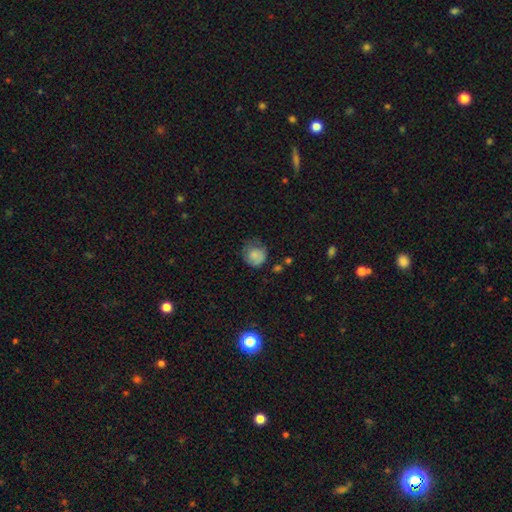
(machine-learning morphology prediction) The model was most divided on "merging": none: 49%, minor disturbance: 33%, major disturbance: 16%, merger: 2%. More confident: how rounded — round (81%); smooth or featured — smooth (77%).